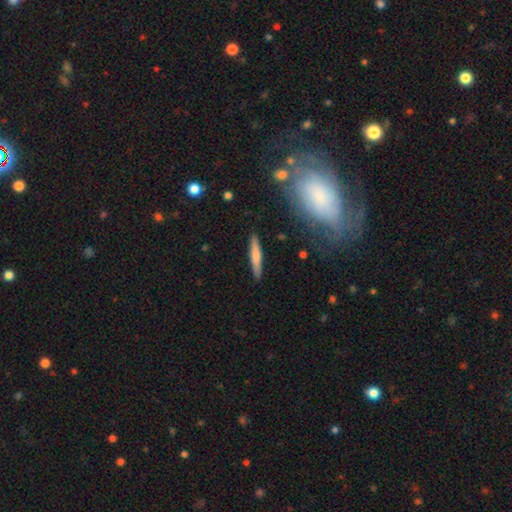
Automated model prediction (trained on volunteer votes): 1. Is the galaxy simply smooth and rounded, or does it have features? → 65% smooth, 29% featured or disk, 6% star or artifact.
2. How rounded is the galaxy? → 91% cigar-shaped, 7% in between, 2% round.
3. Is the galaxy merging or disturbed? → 89% none, 8% minor disturbance, 2% major disturbance, 2% merger.